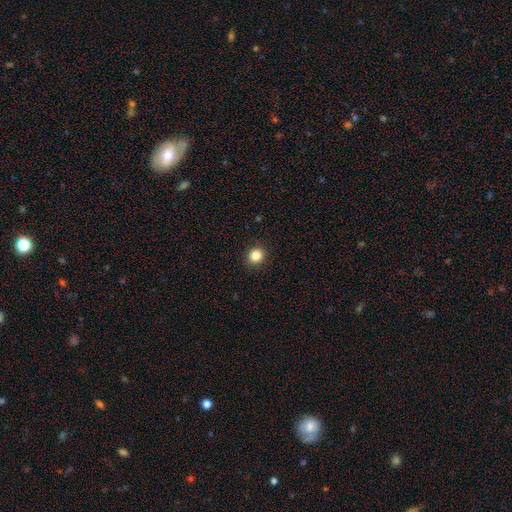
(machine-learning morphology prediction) The model was most divided on "smooth or featured": smooth: 85%, star or artifact: 11%, featured or disk: 4%. More confident: merging — none (92%); how rounded — round (87%).